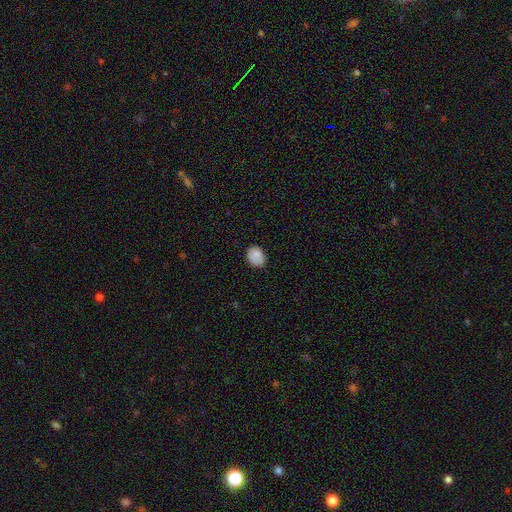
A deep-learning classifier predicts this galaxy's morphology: A smooth galaxy with no disk features (82%) that is in between round and cigar-shaped (59%).

Vote fractions:
- Smooth or featured? smooth: 82% / featured or disk: 9% / star or artifact: 9%
- How rounded? in between: 59% / round: 41% / cigar-shaped: 1%
- Merging? none: 74% / minor disturbance: 21% / major disturbance: 4% / merger: 1%